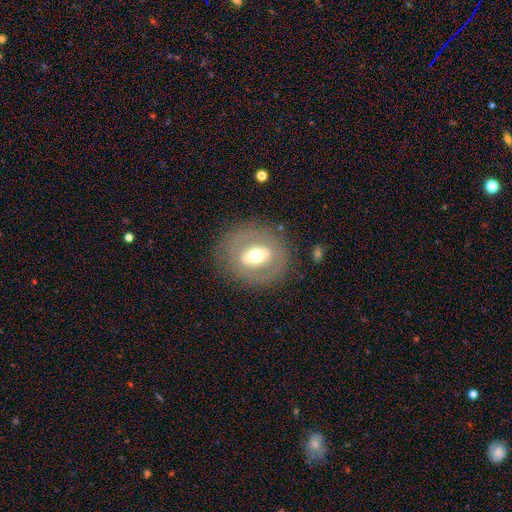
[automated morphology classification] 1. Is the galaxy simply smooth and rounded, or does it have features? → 57% featured or disk, 35% smooth, 8% star or artifact.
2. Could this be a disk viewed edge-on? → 89% no, 11% yes.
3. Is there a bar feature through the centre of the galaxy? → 43% strong, 32% weak, 26% no.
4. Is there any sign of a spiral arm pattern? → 85% no, 15% yes.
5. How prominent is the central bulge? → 66% moderate, 20% large, 11% small, 2% dominant, 1% none.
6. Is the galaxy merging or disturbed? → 80% none, 11% minor disturbance, 8% major disturbance, 1% merger.